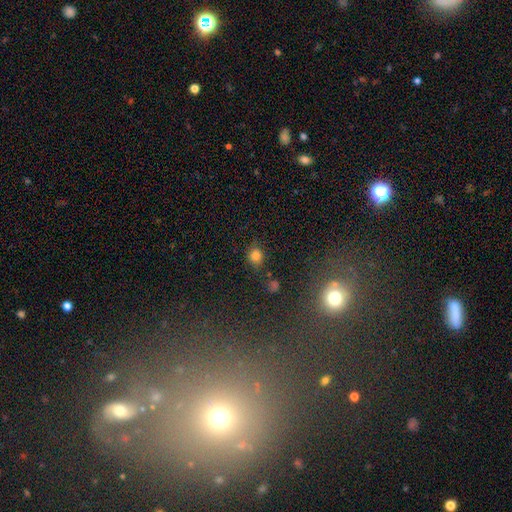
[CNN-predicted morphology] A smooth galaxy with no disk features (79%) that is round (81%).

Vote fractions:
- Smooth or featured? smooth: 79% / star or artifact: 15% / featured or disk: 6%
- How rounded? round: 81% / in between: 18% / cigar-shaped: 1%
- Merging? none: 76% / minor disturbance: 15% / merger: 5% / major disturbance: 5%